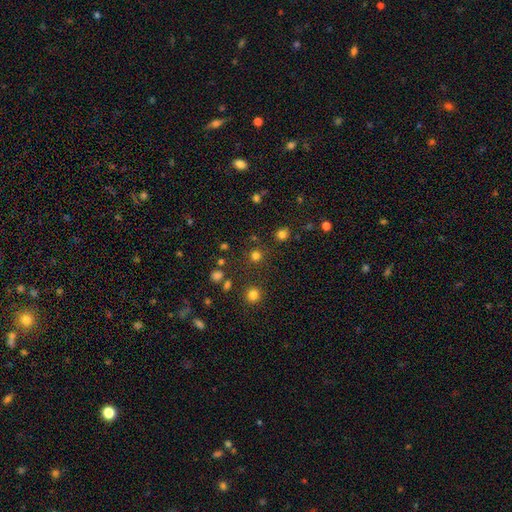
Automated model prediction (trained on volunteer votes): Morphology: type=smooth (75%); roundness=round (93%); merging=none (85%).